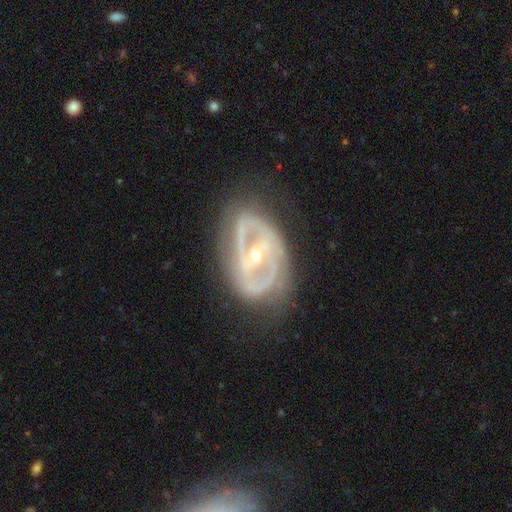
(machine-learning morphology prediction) Smooth or featured: featured or disk — 84% (smooth — 10%)
Edge-on disk: no — 94% (yes — 6%)
Bar: strong — 52% (weak — 28%)
Spiral arms: yes — 63% (no — 37%)
Bulge size: small — 58% (moderate — 39%)
Merging: none — 67% (minor disturbance — 20%)